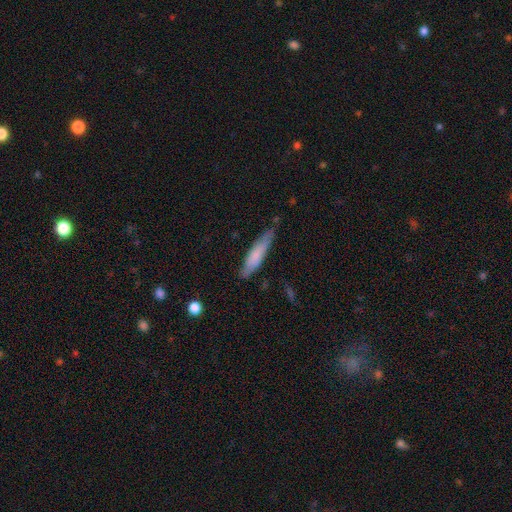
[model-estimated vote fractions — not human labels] smooth 71%, featured or disk 23%, star or artifact 6%. Down the decision tree: how rounded — cigar-shaped (82%); merging — none (72%).